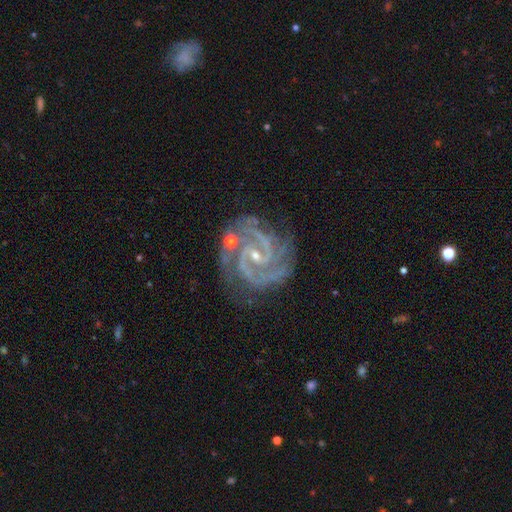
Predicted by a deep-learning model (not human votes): Overall: featured or disk (92%). Edge-on disk: no (98%). Bar: weak (42%; no 35%). Spiral arms: yes (99%). Spiral arm count: 2 (62%). Spiral winding: tight (57%; medium 39%). Bulge size: small (75%). Merging: none (70%).